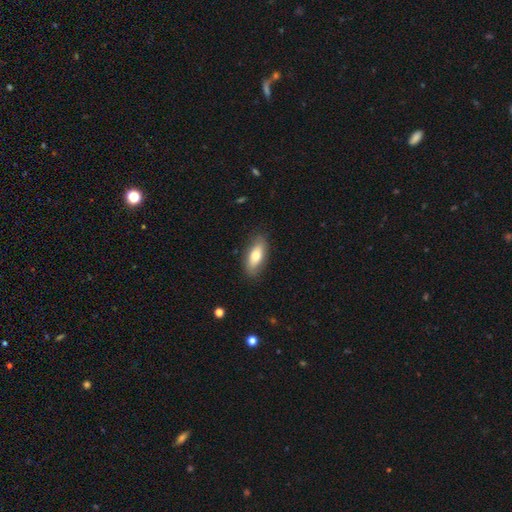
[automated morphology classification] Smooth or featured? smooth (70%)
How rounded? in between (79%)
Merging? none (84%)